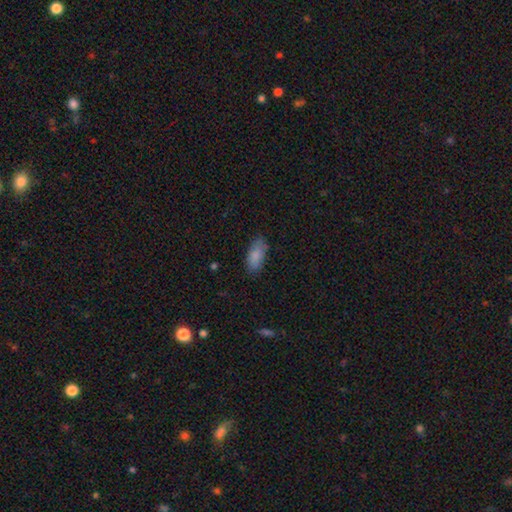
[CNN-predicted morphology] smooth-or-featured: smooth: 86% | star or artifact: 7% | featured or disk: 7%
  how-rounded: in between: 88% | cigar-shaped: 10% | round: 2%
  merging: none: 76% | minor disturbance: 19% | major disturbance: 4% | merger: 2%